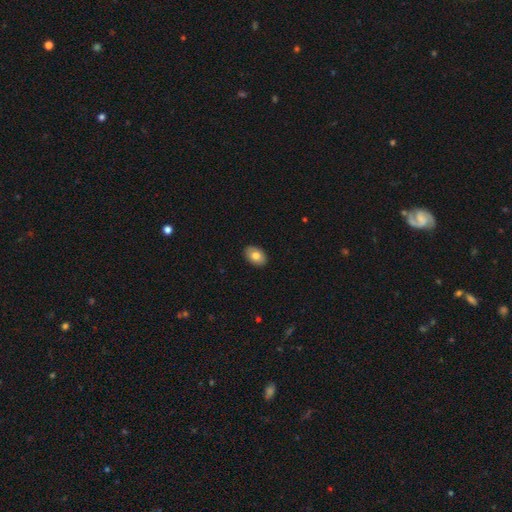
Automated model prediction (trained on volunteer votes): Overall: smooth (79%). How rounded: in between (88%). Merging: none (90%).